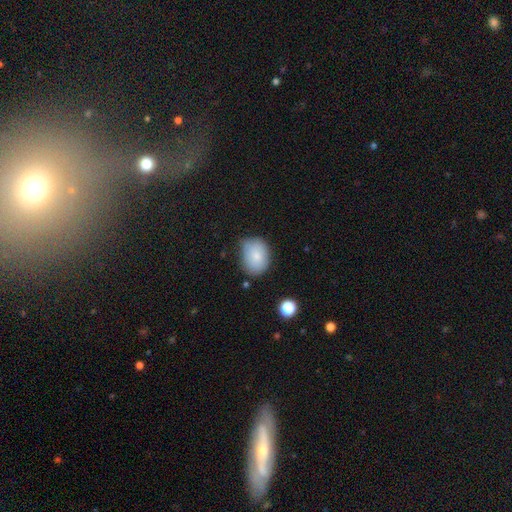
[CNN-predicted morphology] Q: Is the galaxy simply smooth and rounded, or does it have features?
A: smooth — 81%.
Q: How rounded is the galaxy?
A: in between — 67%.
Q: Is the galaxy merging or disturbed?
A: none — 64%.